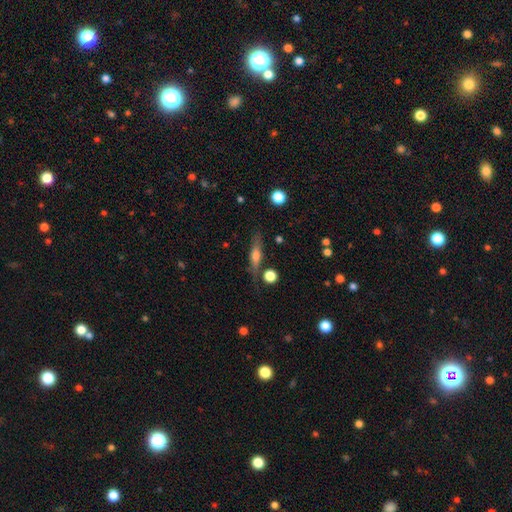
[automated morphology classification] Smooth or featured? featured or disk (50%)
Merging? none (76%)